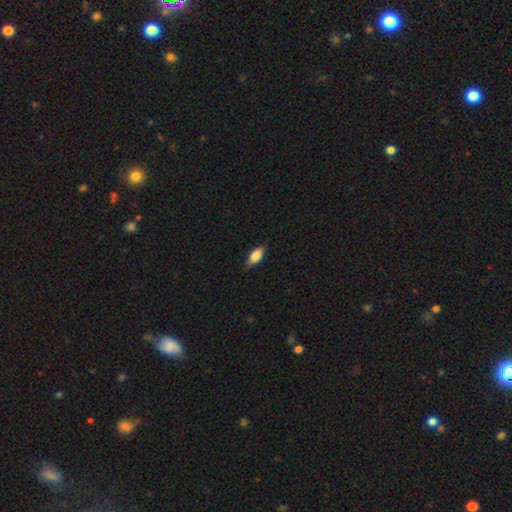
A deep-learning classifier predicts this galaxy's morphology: Q: Smooth or featured?
A: smooth (71%); runner-up: featured or disk (22%)
Q: How rounded?
A: in between (81%); runner-up: cigar-shaped (15%)
Q: Merging?
A: none (79%); runner-up: minor disturbance (17%)